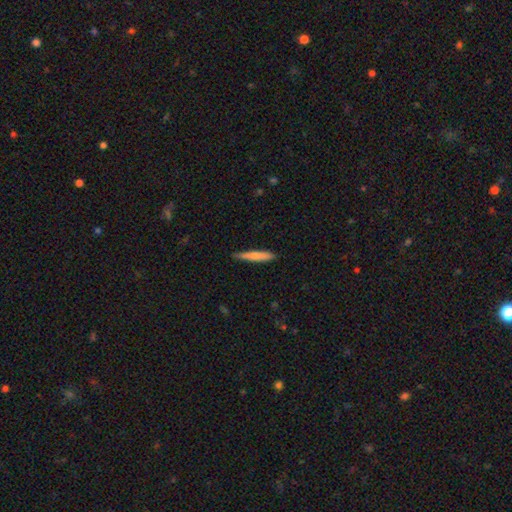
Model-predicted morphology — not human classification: type=smooth (72%); roundness=cigar-shaped (93%); merging=none (83%).